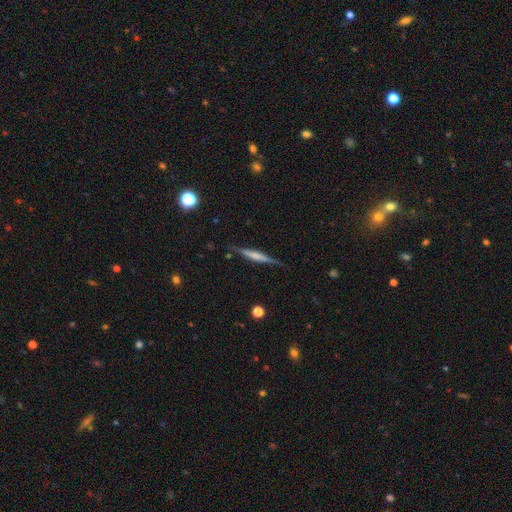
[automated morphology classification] A featured or disk galaxy (58%) viewed edge-on (97%) with no central bulge (39%). Merging: none (85%).